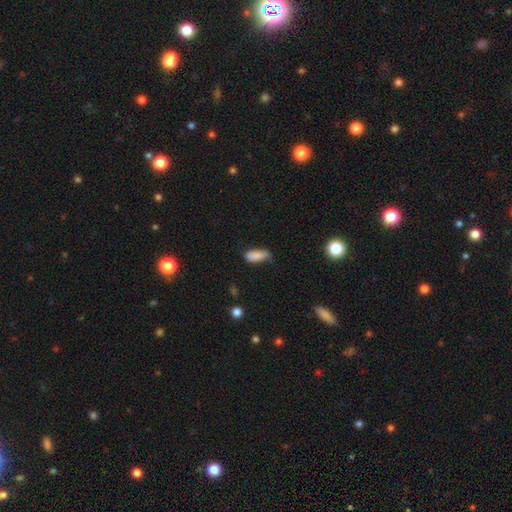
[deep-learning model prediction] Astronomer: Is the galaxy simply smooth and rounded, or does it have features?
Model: smooth — 85%.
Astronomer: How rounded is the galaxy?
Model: in between — 79%.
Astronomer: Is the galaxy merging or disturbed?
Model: none — 50% (runner-up: minor disturbance, 38%).